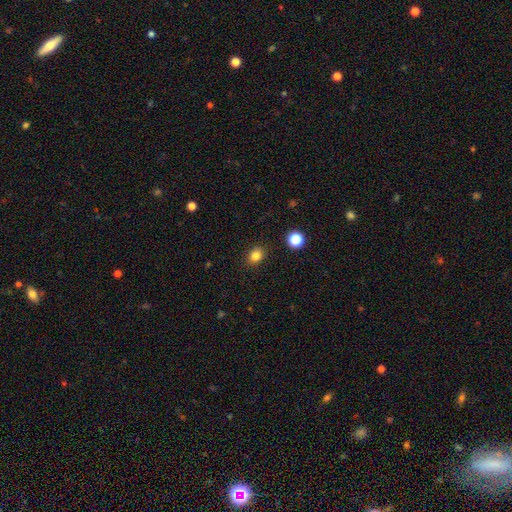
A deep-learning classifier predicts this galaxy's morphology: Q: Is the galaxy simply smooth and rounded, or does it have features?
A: smooth — 82%.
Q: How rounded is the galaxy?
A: round — 50%.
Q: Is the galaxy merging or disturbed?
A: none — 88%.